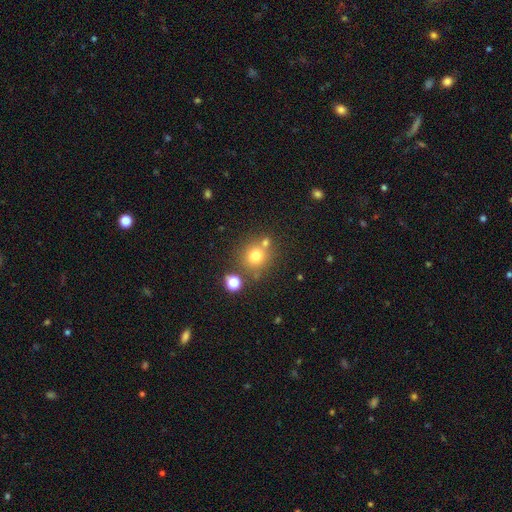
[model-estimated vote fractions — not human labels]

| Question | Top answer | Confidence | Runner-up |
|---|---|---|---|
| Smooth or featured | smooth | 74% | star or artifact (16%) |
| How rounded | round | 90% | in between (10%) |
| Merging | none | 70% | merger (17%) |